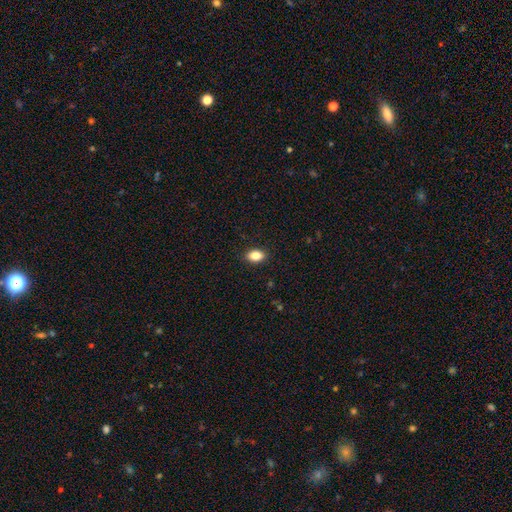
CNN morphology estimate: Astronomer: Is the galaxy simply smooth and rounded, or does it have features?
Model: smooth — 85%.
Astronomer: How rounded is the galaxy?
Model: in between — 86%.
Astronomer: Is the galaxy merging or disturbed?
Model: none — 90%.